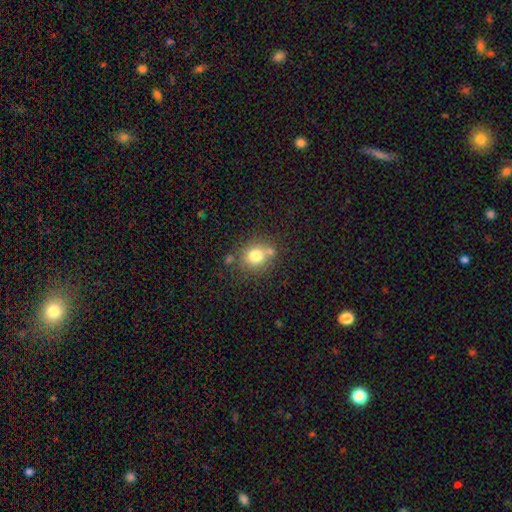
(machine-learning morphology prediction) Overall: smooth (77%). How rounded: round (74%). Merging: none (61%).